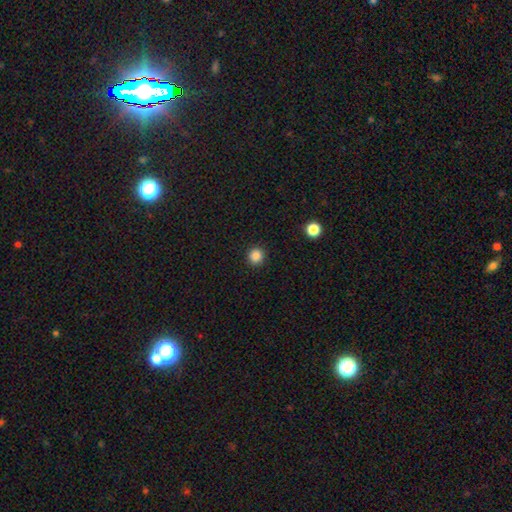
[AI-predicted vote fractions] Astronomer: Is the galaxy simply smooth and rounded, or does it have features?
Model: smooth — 86%.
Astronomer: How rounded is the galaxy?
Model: round — 93%.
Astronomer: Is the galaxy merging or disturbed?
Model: none — 92%.